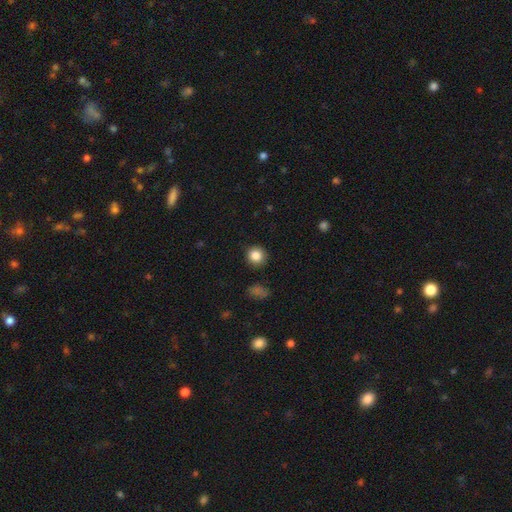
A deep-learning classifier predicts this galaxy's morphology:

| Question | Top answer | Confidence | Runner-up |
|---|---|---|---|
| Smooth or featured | smooth | 86% | star or artifact (10%) |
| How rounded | round | 91% | in between (8%) |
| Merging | none | 89% | minor disturbance (7%) |